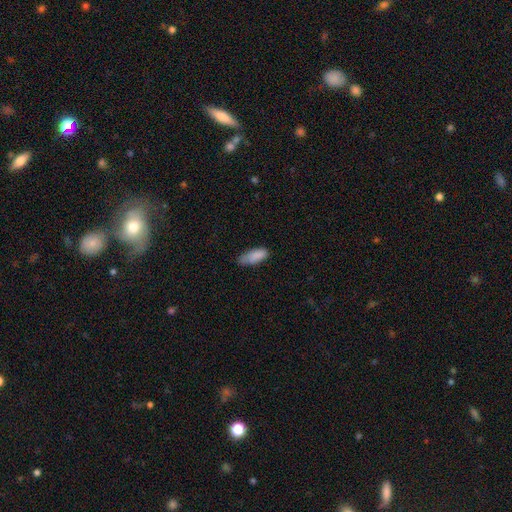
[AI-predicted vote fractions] Smooth or featured?
  - smooth: 84% *
  - featured or disk: 9%
  - star or artifact: 7%
How rounded?
  - in between: 71% *
  - cigar-shaped: 27%
  - round: 2%
Merging?
  - none: 53% *
  - minor disturbance: 34%
  - major disturbance: 9%
  - merger: 3%